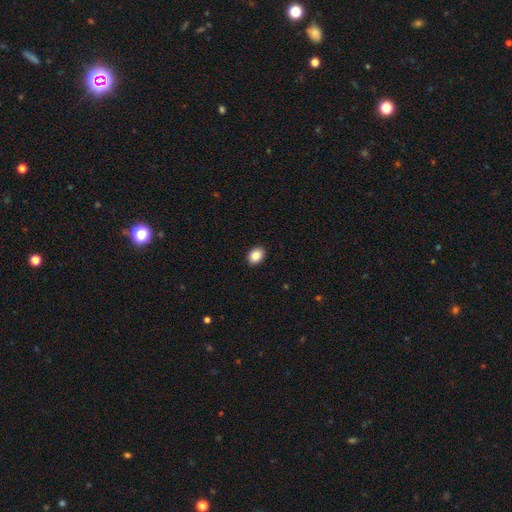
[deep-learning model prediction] Q: Smooth or featured?
A: smooth (89%); runner-up: star or artifact (8%)
Q: How rounded?
A: in between (72%); runner-up: round (27%)
Q: Merging?
A: none (90%); runner-up: minor disturbance (7%)